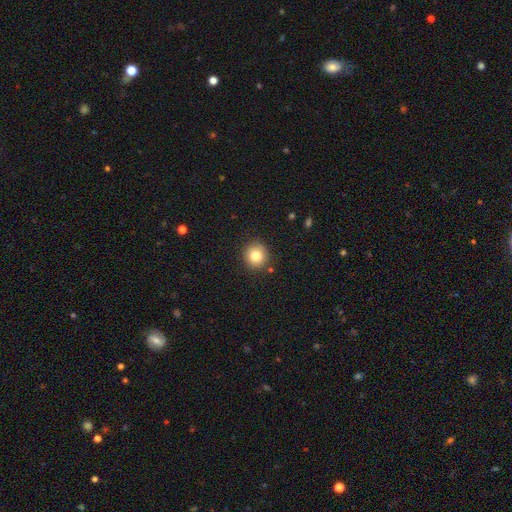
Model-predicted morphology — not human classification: type=smooth (81%); roundness=round (91%); merging=none (88%).